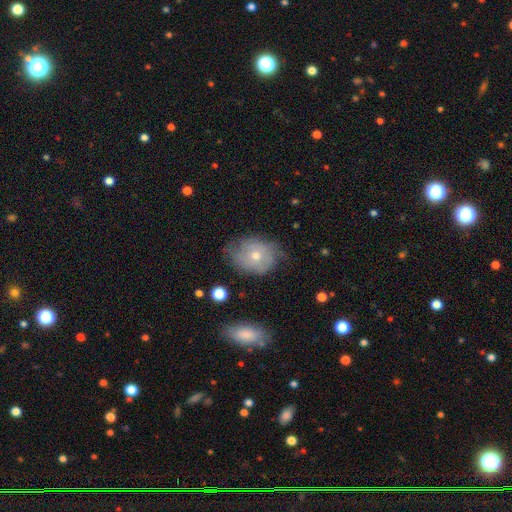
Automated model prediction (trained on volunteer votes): A featured or disk galaxy (60%) with no bar (82%), spiral arms (79%) and a moderate central bulge (53%). Merging: none (63%).